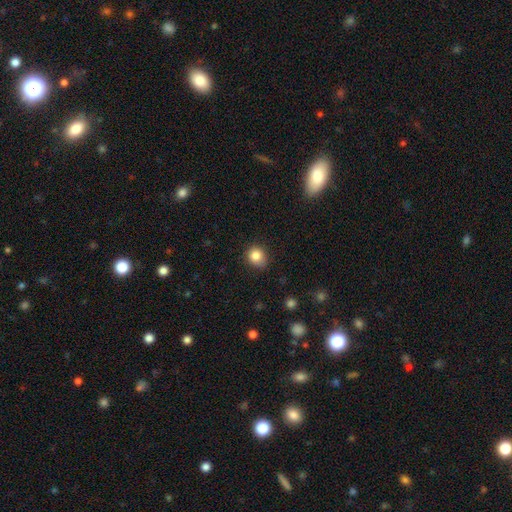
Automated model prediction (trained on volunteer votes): A smooth galaxy with no disk features (84%) that is round (76%). Merging: none (80%).